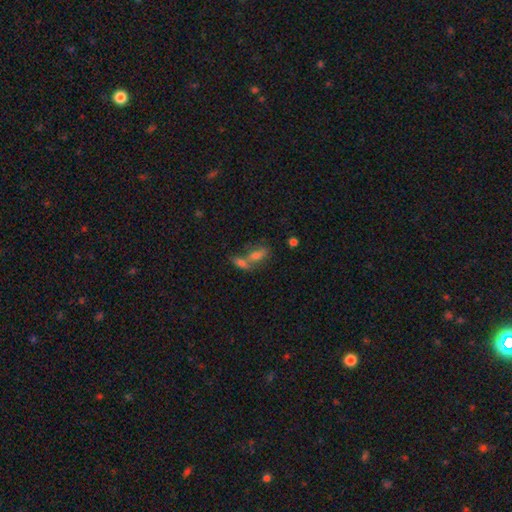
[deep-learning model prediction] smooth-or-featured: smooth: 59% | featured or disk: 25% | star or artifact: 16%
  how-rounded: in between: 74% | cigar-shaped: 17% | round: 9%
  merging: merger: 54% | none: 33% | minor disturbance: 8% | major disturbance: 5%